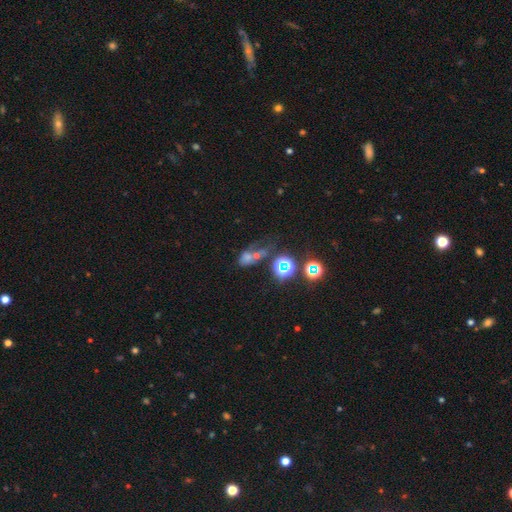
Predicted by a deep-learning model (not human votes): Q: Smooth or featured?
A: star or artifact (45%); runner-up: smooth (32%)